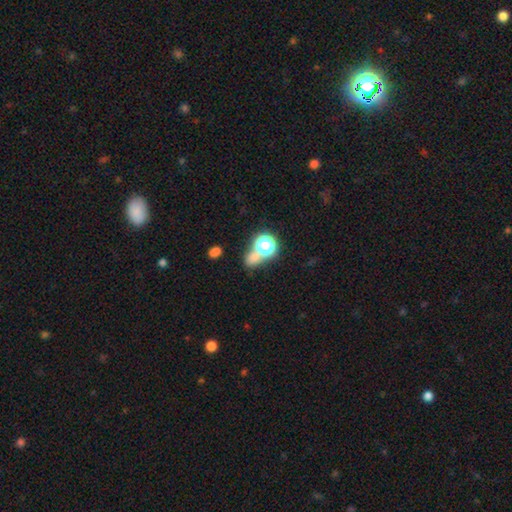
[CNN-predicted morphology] Smooth or featured: smooth — 61% (star or artifact — 29%)
How rounded: round — 63% (in between — 35%)
Merging: none — 46% (merger — 35%)